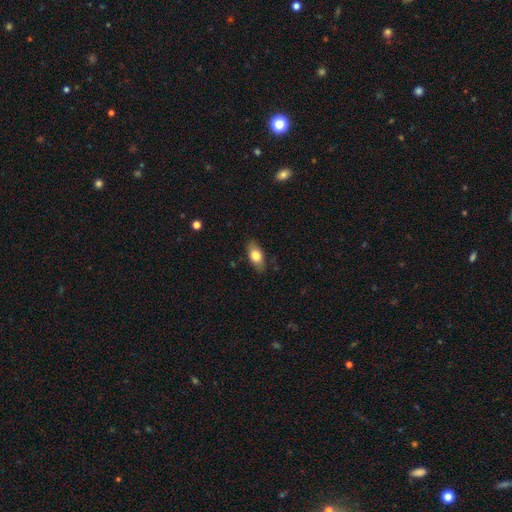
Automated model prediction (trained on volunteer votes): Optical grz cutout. It shows a smooth galaxy with no disk features (76%) that is in between round and cigar-shaped (86%). Merging: none (84%).